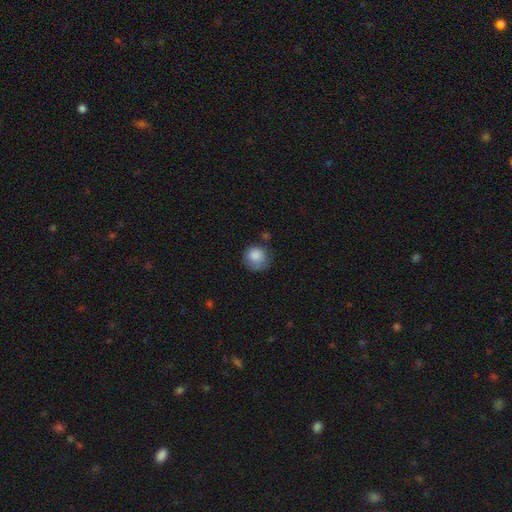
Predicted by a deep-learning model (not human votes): Smooth or featured? Predicted: smooth (p=0.84). How rounded? Predicted: round (p=0.86). Merging? Predicted: none (p=0.60).